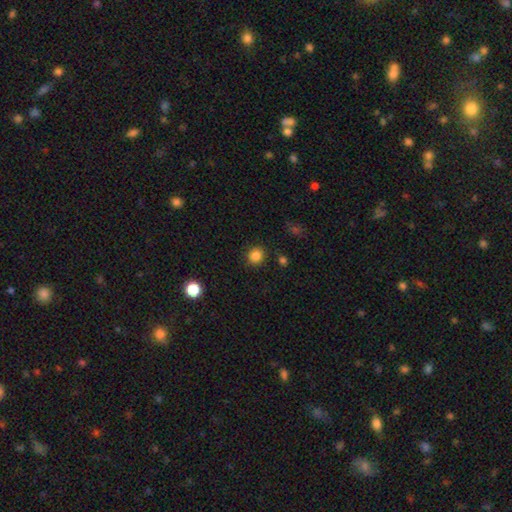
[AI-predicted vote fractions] smooth-or-featured: smooth: 85% | star or artifact: 11% | featured or disk: 4%
  how-rounded: round: 87% | in between: 12% | cigar-shaped: 1%
  merging: none: 88% | minor disturbance: 8% | major disturbance: 2% | merger: 2%